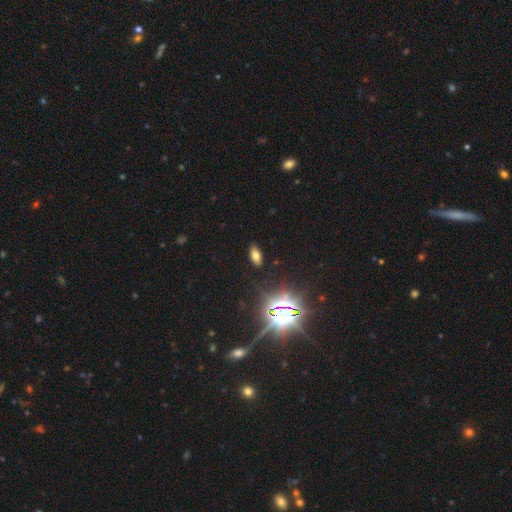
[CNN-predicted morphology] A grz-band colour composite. It shows a smooth galaxy with no disk features (62%) that is in between round and cigar-shaped (89%). Merging: none (89%).